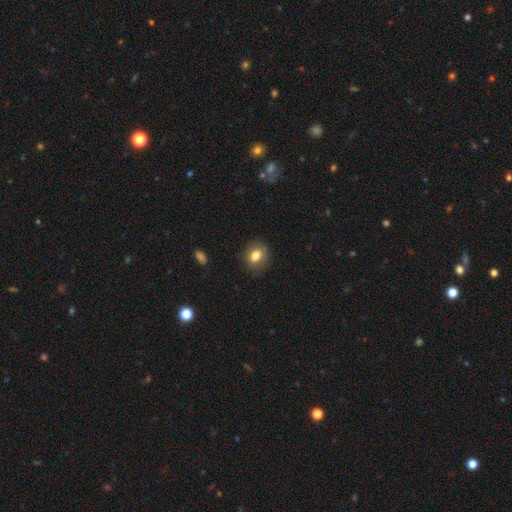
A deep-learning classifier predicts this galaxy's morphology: Overall: smooth (79%). How rounded: round (53%; in between 46%). Merging: none (81%).